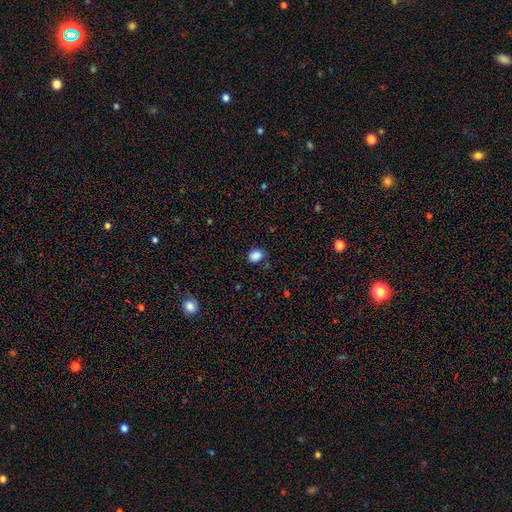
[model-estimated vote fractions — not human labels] Smooth or featured? Predicted: smooth (p=0.86). How rounded? Predicted: in between (p=0.63). Merging? Predicted: none (p=0.80).